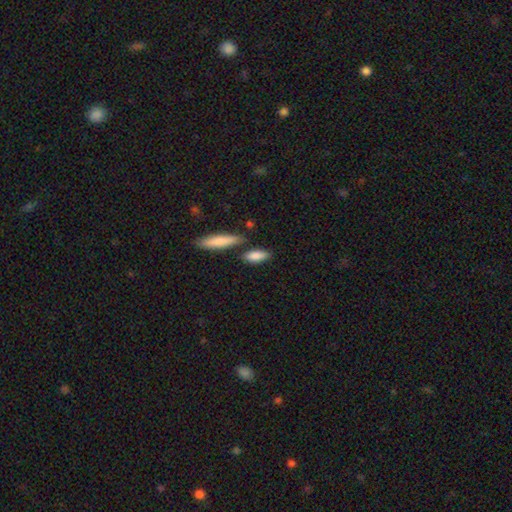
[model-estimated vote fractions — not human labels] smooth_or_featured: smooth (p=0.85) [alt: featured or disk p=0.09]
how_rounded: in between (p=0.66) [alt: cigar-shaped p=0.31]
merging: none (p=0.71) [alt: minor disturbance p=0.14]